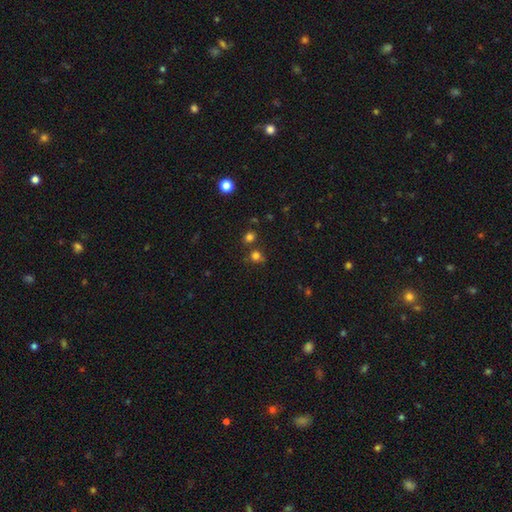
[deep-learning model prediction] Smooth or featured: smooth — 71% (star or artifact — 23%)
How rounded: round — 83% (in between — 16%)
Merging: none — 67% (merger — 17%)